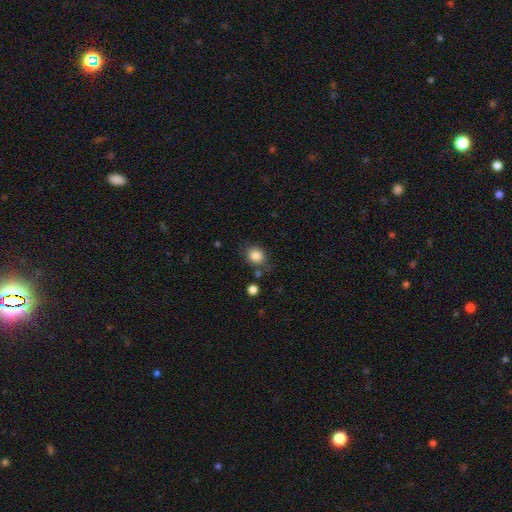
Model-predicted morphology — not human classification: Q: Smooth or featured?
A: smooth (85%); runner-up: star or artifact (10%)
Q: How rounded?
A: round (64%); runner-up: in between (35%)
Q: Merging?
A: none (76%); runner-up: minor disturbance (14%)